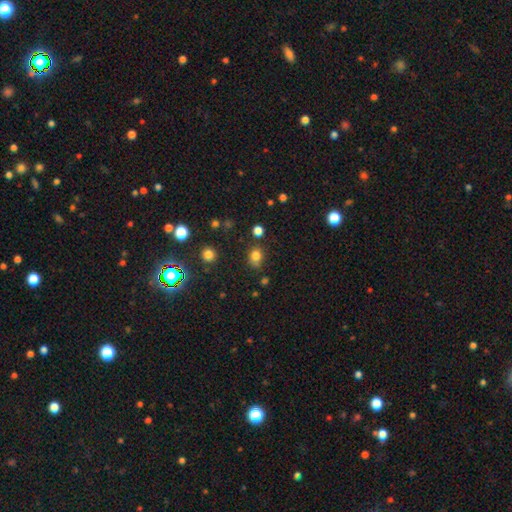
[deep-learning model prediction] smooth 79%, star or artifact 15%, featured or disk 6%. Down the decision tree: how rounded — round (57%); merging — none (70%).